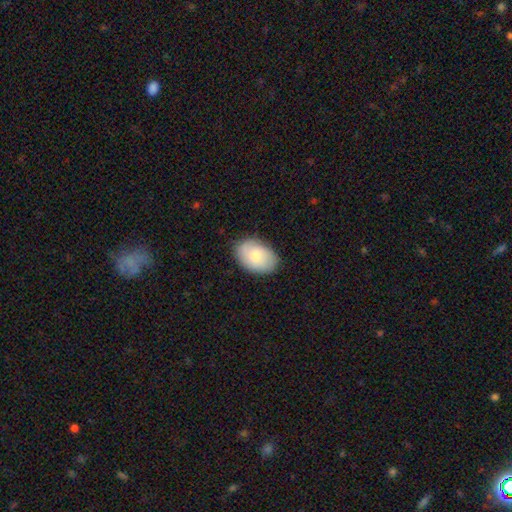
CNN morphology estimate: Smooth or featured? smooth (75%)
How rounded? in between (87%)
Merging? none (83%)